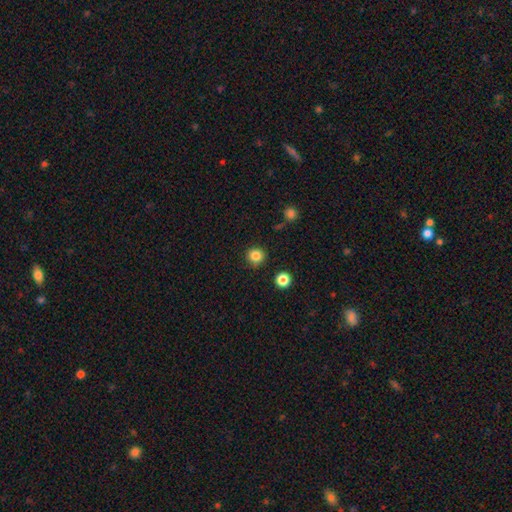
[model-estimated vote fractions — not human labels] This appears to be a smooth galaxy with no disk features (84%) that is round (94%). Merging: none (88%).